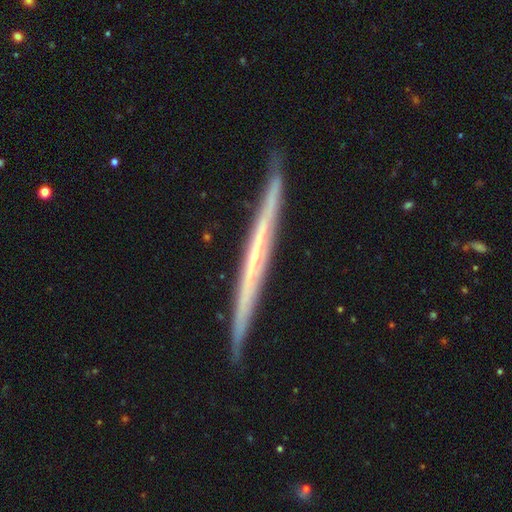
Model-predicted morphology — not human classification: smooth_or_featured: featured or disk (p=0.73) [alt: smooth p=0.21]
disk_edge_on: yes (p=0.97) [alt: no p=0.03]
edge_on_bulge: none (p=0.81) [alt: rounded p=0.16]
merging: none (p=0.88) [alt: minor disturbance p=0.09]